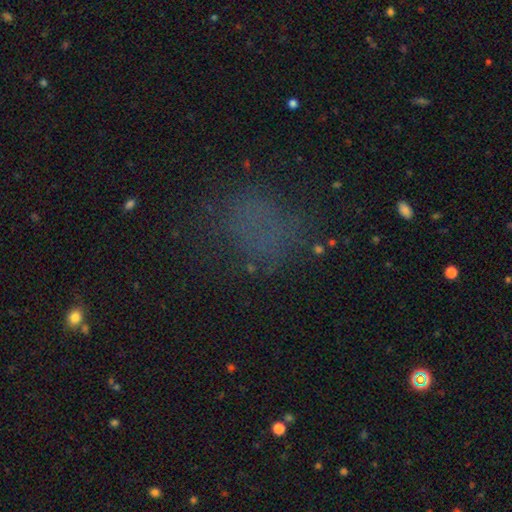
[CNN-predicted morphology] Overall: smooth (48%; star or artifact 36%). Merging: none (61%).